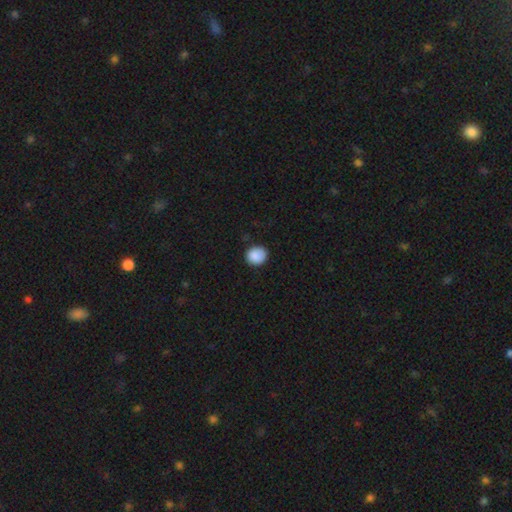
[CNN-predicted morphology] Q: Smooth or featured?
A: smooth (88%); runner-up: star or artifact (8%)
Q: How rounded?
A: round (81%); runner-up: in between (18%)
Q: Merging?
A: none (81%); runner-up: minor disturbance (15%)